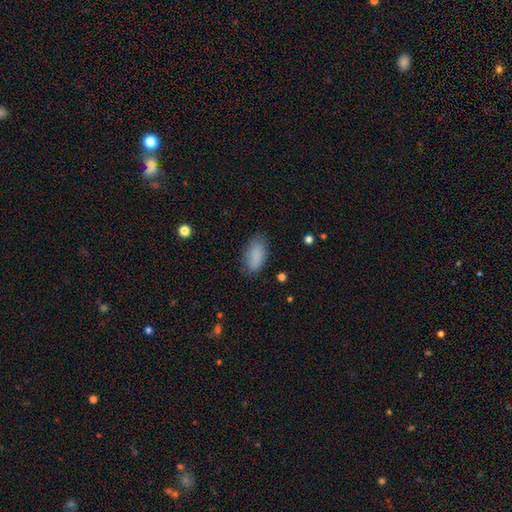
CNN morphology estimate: Smooth or featured: smooth — 86% (star or artifact — 7%)
How rounded: in between — 92% (cigar-shaped — 4%)
Merging: none — 77% (minor disturbance — 17%)